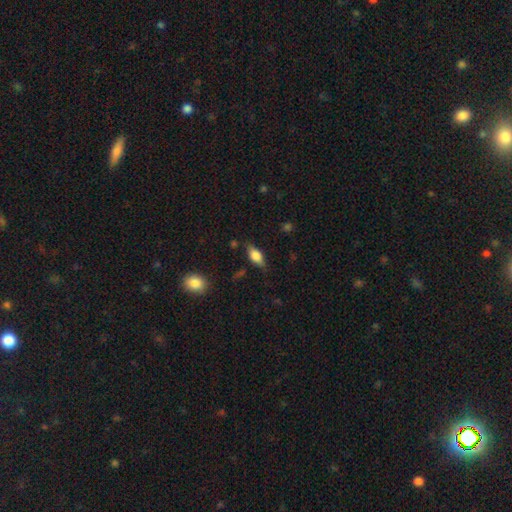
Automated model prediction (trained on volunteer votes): A smooth galaxy with no disk features (67%) that is in between round and cigar-shaped (81%). Merging: none (76%).